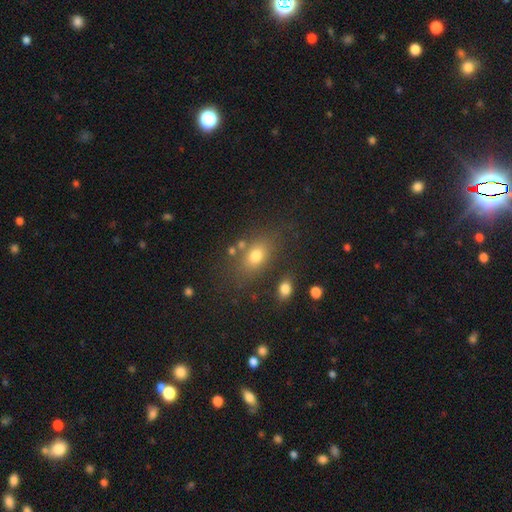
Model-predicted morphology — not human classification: type=smooth (73%); roundness=in between (77%); merging=none (73%).